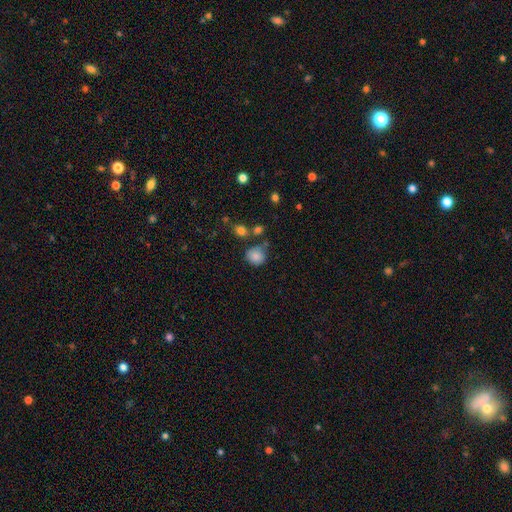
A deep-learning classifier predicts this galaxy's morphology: Smooth or featured?
  - smooth: 84% *
  - star or artifact: 10%
  - featured or disk: 6%
How rounded?
  - round: 85% *
  - in between: 14%
  - cigar-shaped: 1%
Merging?
  - none: 67% *
  - minor disturbance: 18%
  - merger: 10%
  - major disturbance: 5%